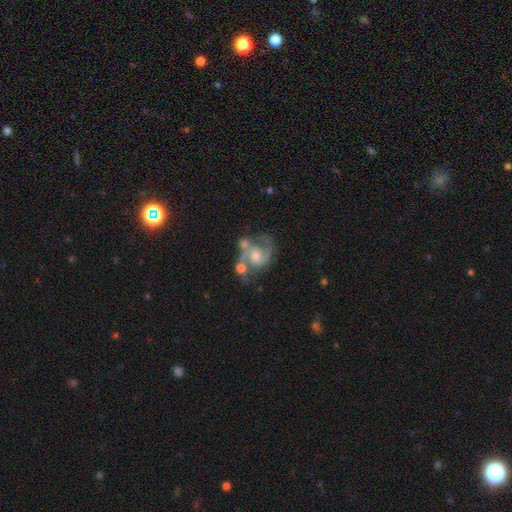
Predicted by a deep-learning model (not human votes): Q: Smooth or featured?
A: featured or disk (85%); runner-up: smooth (9%)
Q: Edge-on disk?
A: no (98%); runner-up: yes (2%)
Q: Bar?
A: no (59%); runner-up: weak (34%)
Q: Spiral arms?
A: yes (95%); runner-up: no (5%)
Q: Spiral winding?
A: medium (58%); runner-up: loose (26%)
Q: Spiral arm count?
A: 2 (87%); runner-up: can't tell (4%)
Q: Bulge size?
A: moderate (56%); runner-up: small (29%)
Q: Merging?
A: none (42%); runner-up: merger (28%)